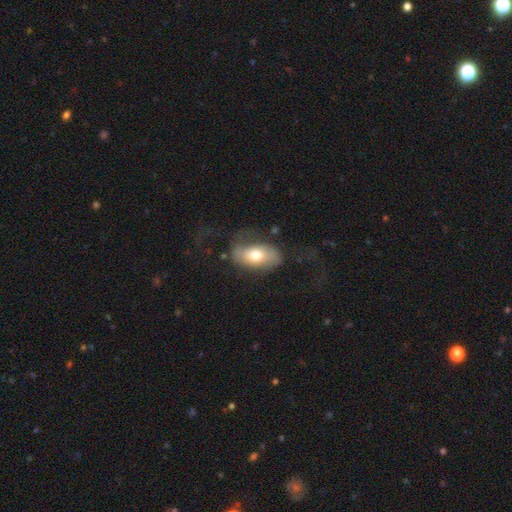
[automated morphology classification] Smooth or featured? smooth (62%)
How rounded? in between (91%)
Merging? none (52%)